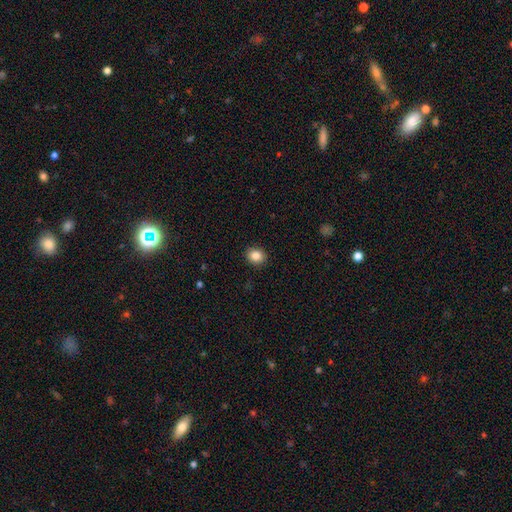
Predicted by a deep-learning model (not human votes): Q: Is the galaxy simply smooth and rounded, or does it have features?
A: smooth — 85%.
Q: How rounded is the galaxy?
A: round — 65%.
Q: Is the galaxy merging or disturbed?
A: none — 91%.